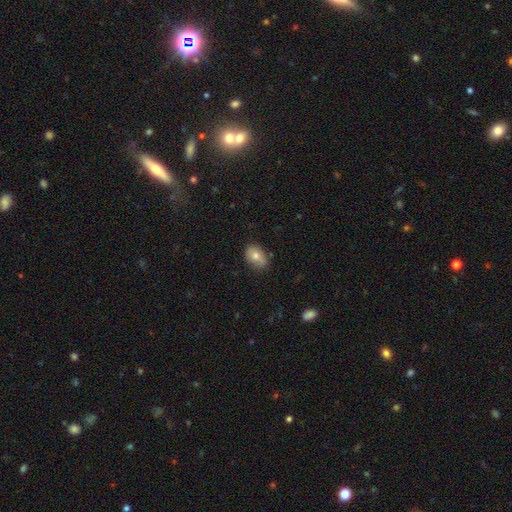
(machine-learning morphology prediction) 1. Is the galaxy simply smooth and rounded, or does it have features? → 76% smooth, 15% featured or disk, 9% star or artifact.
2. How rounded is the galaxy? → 82% in between, 17% round, 1% cigar-shaped.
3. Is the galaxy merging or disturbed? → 80% none, 16% minor disturbance, 3% major disturbance, 1% merger.